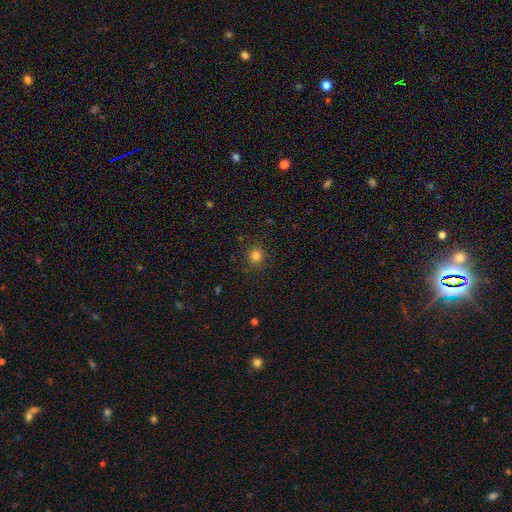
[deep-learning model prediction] Morphology: type=smooth (81%); roundness=round (91%); merging=none (89%).